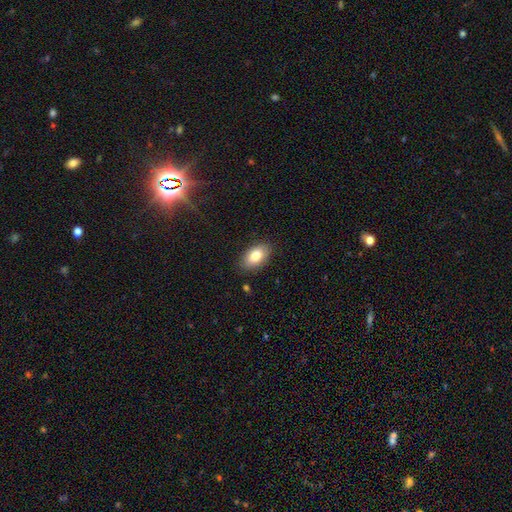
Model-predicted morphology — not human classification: smooth-or-featured: smooth: 82% | featured or disk: 11% | star or artifact: 7%
  how-rounded: in between: 93% | round: 6% | cigar-shaped: 2%
  merging: none: 86% | minor disturbance: 11% | major disturbance: 2% | merger: 1%